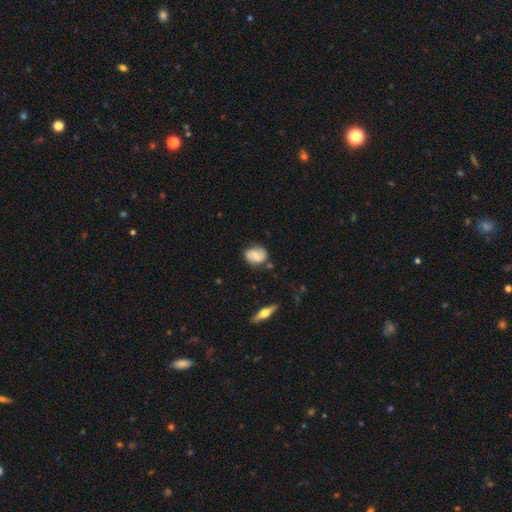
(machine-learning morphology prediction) A featured or disk galaxy (51%).

Vote fractions:
- Smooth or featured? featured or disk: 51% / smooth: 41% / star or artifact: 7%
- Edge-on disk? no: 95% / yes: 5%
- Merging? none: 76% / minor disturbance: 17% / major disturbance: 4% / merger: 3%